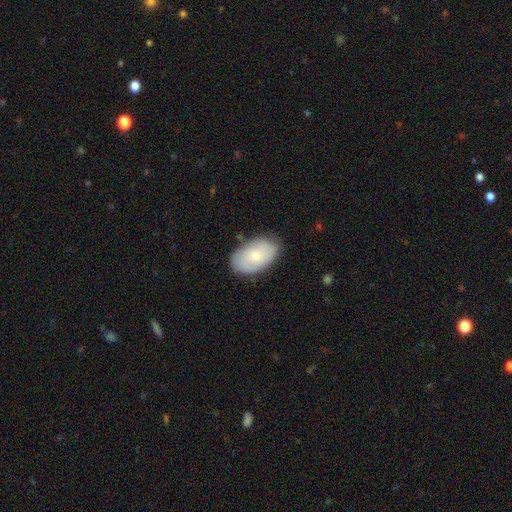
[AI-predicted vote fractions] smooth 68%, featured or disk 26%, star or artifact 6%. Down the decision tree: how rounded — in between (92%); merging — none (80%).